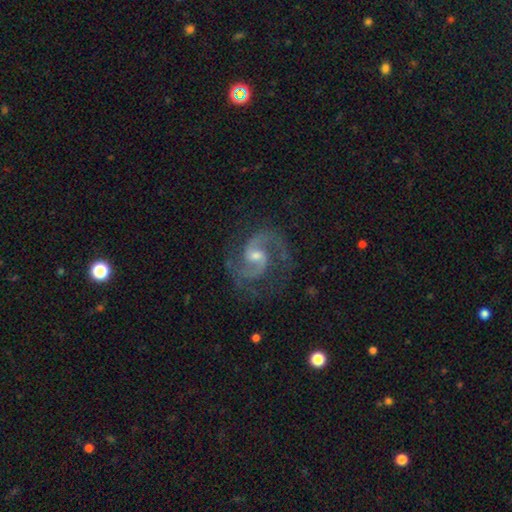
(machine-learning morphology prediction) Smooth or featured: featured or disk — 92% (star or artifact — 5%)
Edge-on disk: no — 98% (yes — 2%)
Bar: weak — 52% (no — 33%)
Spiral arms: yes — 98% (no — 2%)
Spiral winding: medium — 64% (tight — 19%)
Spiral arm count: 2 — 93% (3 — 2%)
Bulge size: moderate — 46% (tied with small — 46%)
Merging: none — 78% (minor disturbance — 14%)